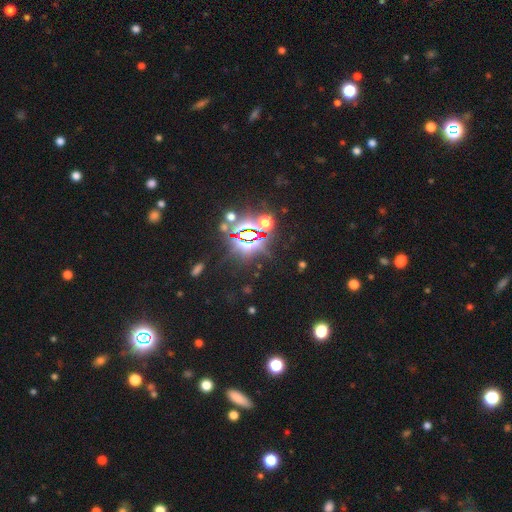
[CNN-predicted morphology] Overall: star or artifact (83%).